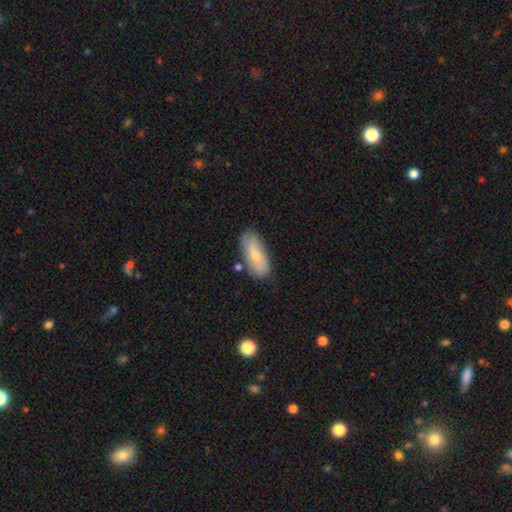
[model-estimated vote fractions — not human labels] smooth_or_featured: smooth (p=0.60) [alt: featured or disk p=0.34]
how_rounded: in between (p=0.83) [alt: cigar-shaped p=0.14]
merging: none (p=0.70) [alt: minor disturbance p=0.20]